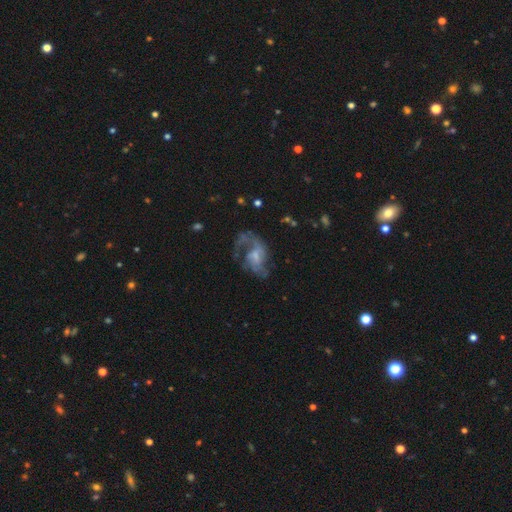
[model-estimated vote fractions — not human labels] The model was most divided on "merging": none: 42%, major disturbance: 38%, minor disturbance: 17%, merger: 3%. Remaining: edge-on disk — no (97%); spiral arms — yes (86%); smooth or featured — featured or disk (79%); spiral winding — loose (49%); spiral arm count — 2 (48%); bar — weak (47%); bulge size — small (41%).